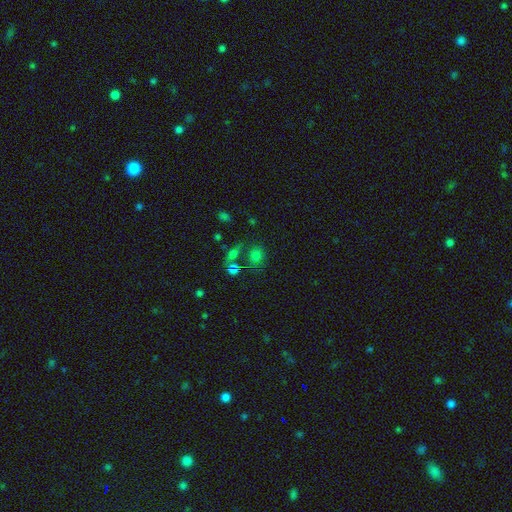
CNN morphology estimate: Smooth or featured? smooth (71%)
How rounded? round (64%)
Merging? none (52%)